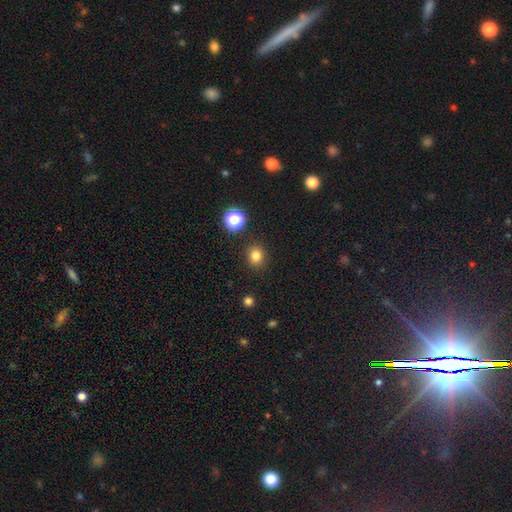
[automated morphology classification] This is clearly a smooth galaxy (81%). How rounded: likely round (78%). Merging: clearly none (89%).